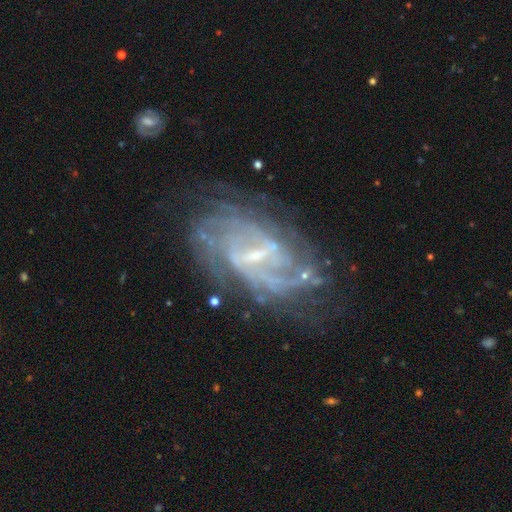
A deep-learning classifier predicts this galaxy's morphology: This appears to be a featured or disk galaxy (86%) with a weak bar (51%), tight (48%) spiral arms (90%) and a small central bulge (60%). Merging: none (64%).